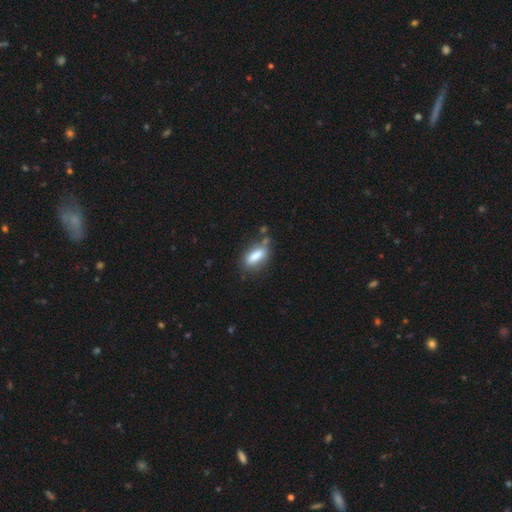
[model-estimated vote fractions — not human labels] smooth 76%, featured or disk 16%, star or artifact 8%. Down the decision tree: how rounded — in between (66%); merging — none (63%).